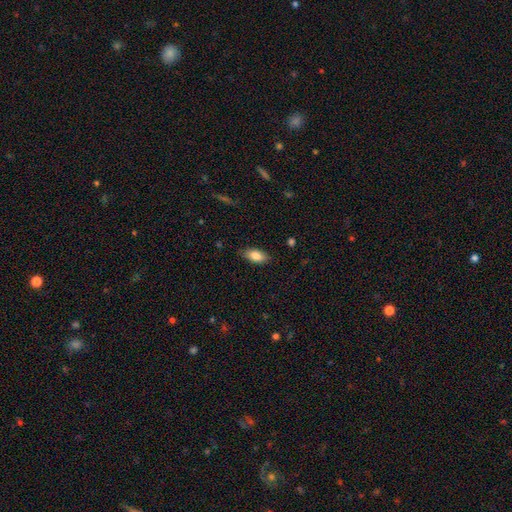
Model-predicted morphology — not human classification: A smooth galaxy with no disk features (83%) that is in between round and cigar-shaped (89%). Merging: none (85%).